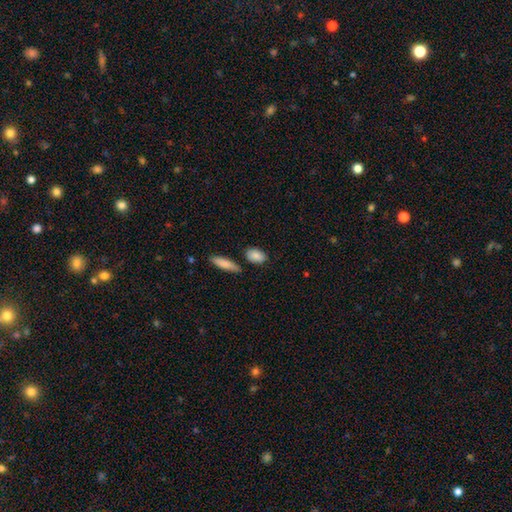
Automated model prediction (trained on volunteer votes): This appears to be a smooth galaxy with no disk features (86%) that is in between round and cigar-shaped (84%). Merging: none (77%).